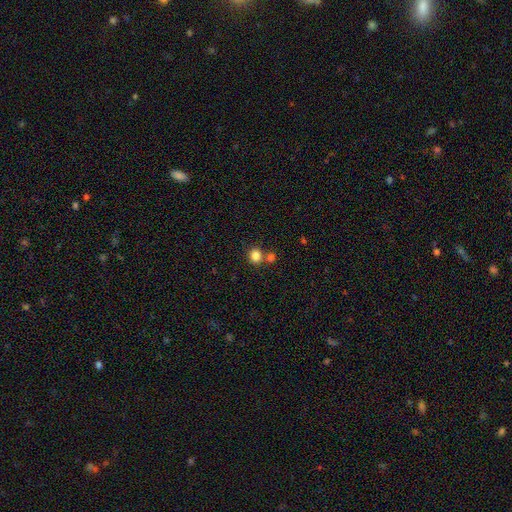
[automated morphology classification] Overall: smooth (84%). How rounded: round (81%). Merging: none (66%).